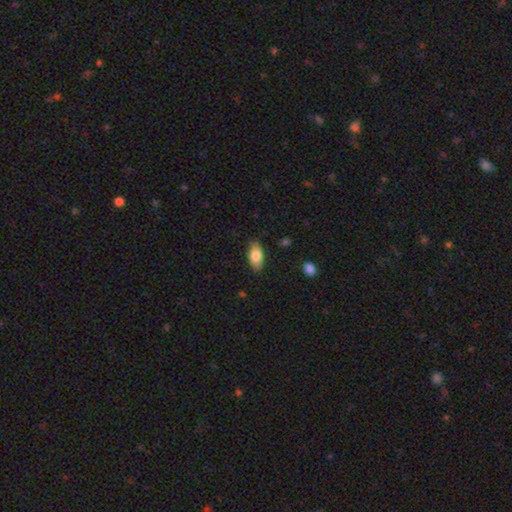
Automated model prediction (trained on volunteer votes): Smooth or featured?
  - smooth: 81% *
  - featured or disk: 12%
  - star or artifact: 7%
How rounded?
  - in between: 92% *
  - cigar-shaped: 5%
  - round: 4%
Merging?
  - none: 84% *
  - minor disturbance: 13%
  - major disturbance: 2%
  - merger: 1%